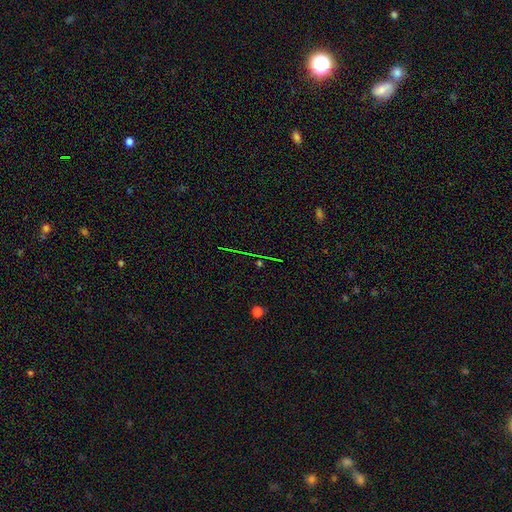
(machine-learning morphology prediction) A star or artifact, not a galaxy (70%).